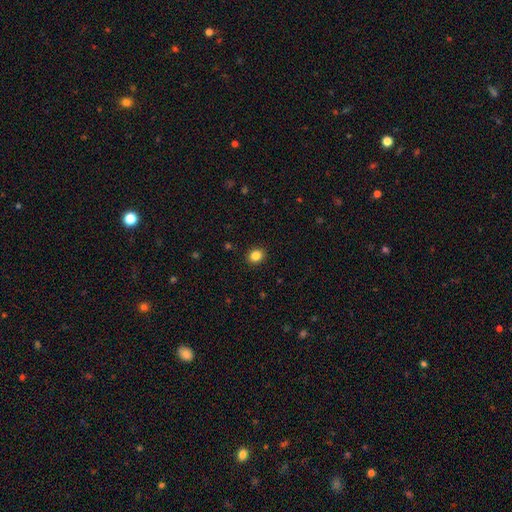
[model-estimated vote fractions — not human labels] Smooth or featured?
  - smooth: 85% *
  - star or artifact: 11%
  - featured or disk: 4%
How rounded?
  - round: 66% *
  - in between: 33%
  - cigar-shaped: 1%
Merging?
  - none: 91% *
  - minor disturbance: 6%
  - major disturbance: 2%
  - merger: 1%